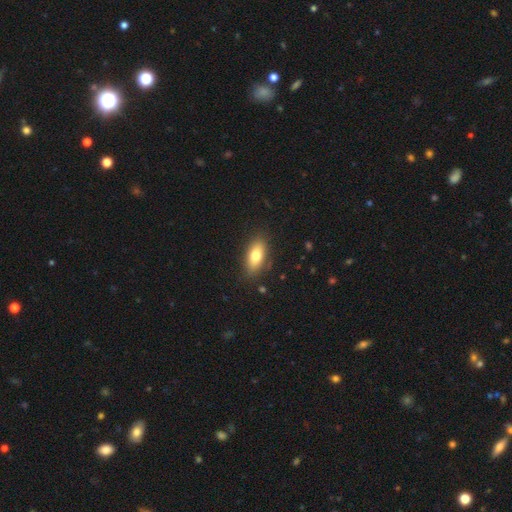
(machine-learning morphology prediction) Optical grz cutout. It shows a smooth galaxy with no disk features (76%) that is in between round and cigar-shaped (84%). Merging: none (83%).